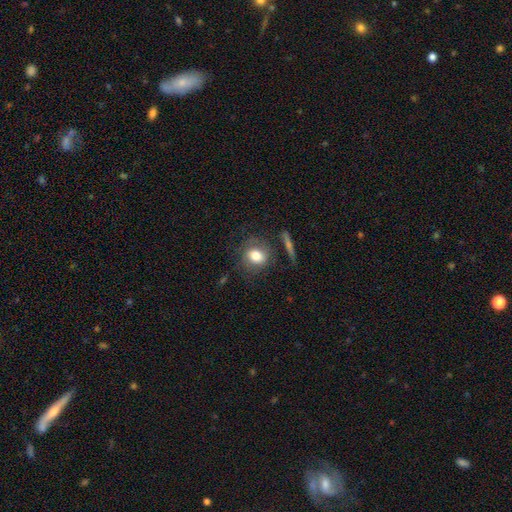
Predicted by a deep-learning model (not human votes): Smooth or featured? Predicted: smooth (p=0.76). How rounded? Predicted: round (p=0.67). Merging? Predicted: none (p=0.70).